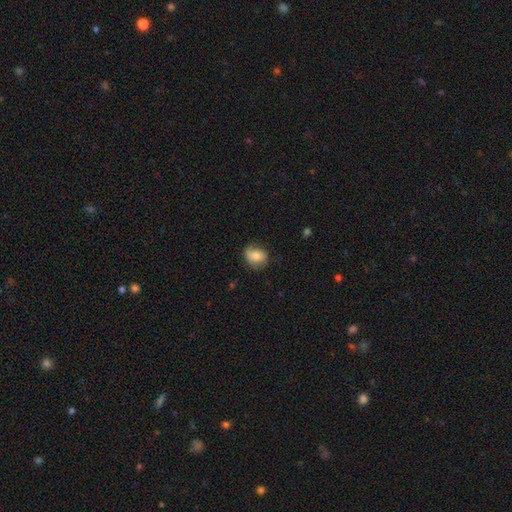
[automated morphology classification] Smooth or featured? Predicted: smooth (p=0.73). How rounded? Predicted: round (p=0.50). Merging? Predicted: none (p=0.67).